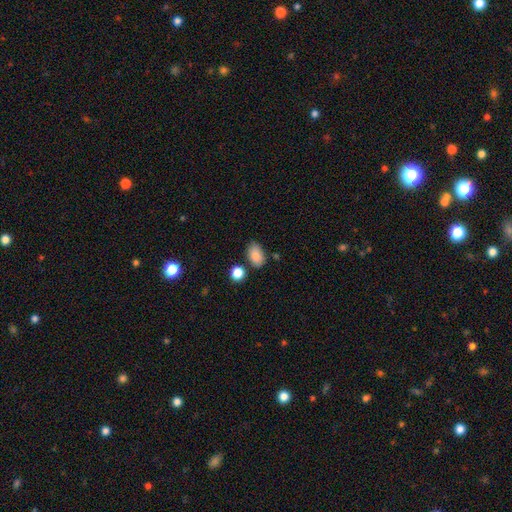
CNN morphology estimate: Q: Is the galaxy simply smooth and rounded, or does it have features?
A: smooth — 85%.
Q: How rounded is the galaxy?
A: in between — 87%.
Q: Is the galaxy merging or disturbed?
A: none — 74%.